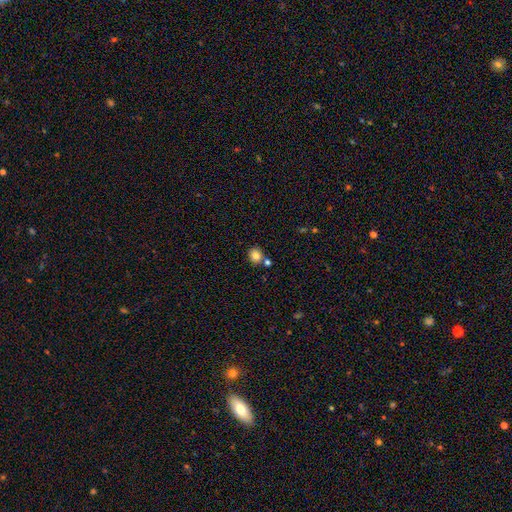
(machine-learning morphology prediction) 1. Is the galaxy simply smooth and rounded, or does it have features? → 82% smooth, 11% star or artifact, 7% featured or disk.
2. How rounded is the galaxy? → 73% round, 26% in between, 1% cigar-shaped.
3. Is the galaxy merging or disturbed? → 71% none, 15% merger, 11% minor disturbance, 3% major disturbance.